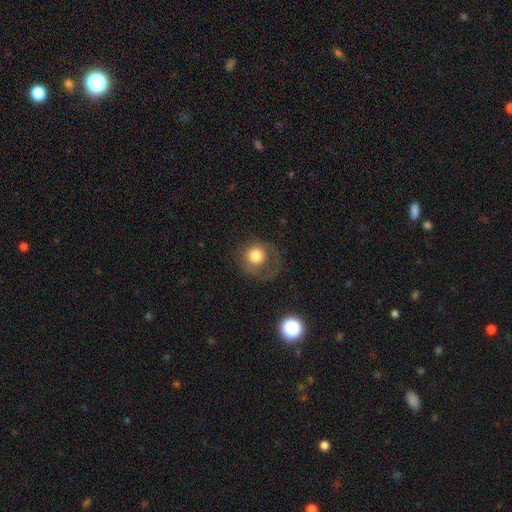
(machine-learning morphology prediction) A smooth galaxy with no disk features (74%) that is round (86%).

Vote fractions:
- Smooth or featured? smooth: 74% / featured or disk: 16% / star or artifact: 10%
- How rounded? round: 86% / in between: 13% / cigar-shaped: 1%
- Merging? none: 51% / major disturbance: 26% / minor disturbance: 22% / merger: 2%